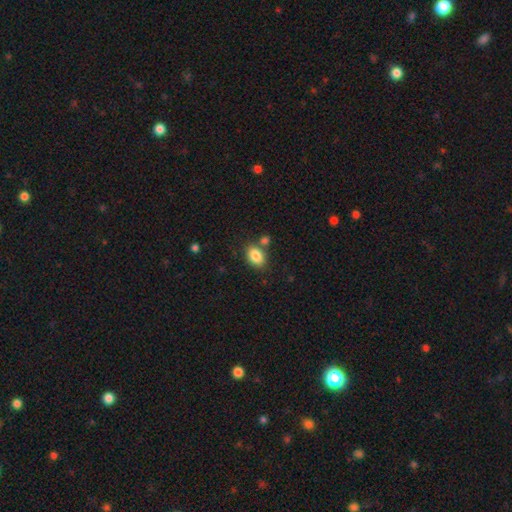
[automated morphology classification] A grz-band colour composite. It shows a smooth galaxy with no disk features (85%) that is in between round and cigar-shaped (77%). Merging: none (71%).